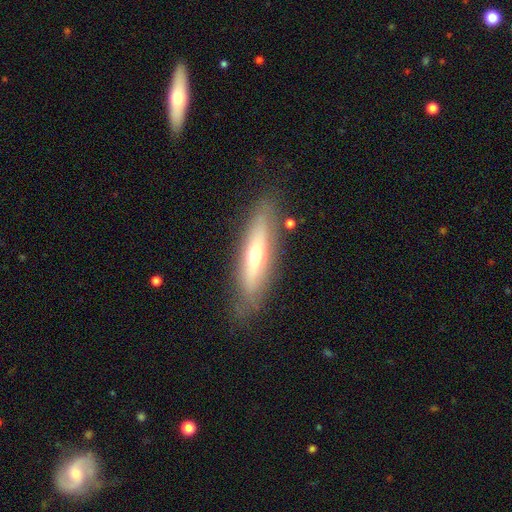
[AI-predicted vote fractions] A featured or disk galaxy (49%).

Vote fractions:
- Smooth or featured? featured or disk: 49% / smooth: 44% / star or artifact: 7%
- Merging? none: 80% / minor disturbance: 14% / major disturbance: 4% / merger: 2%